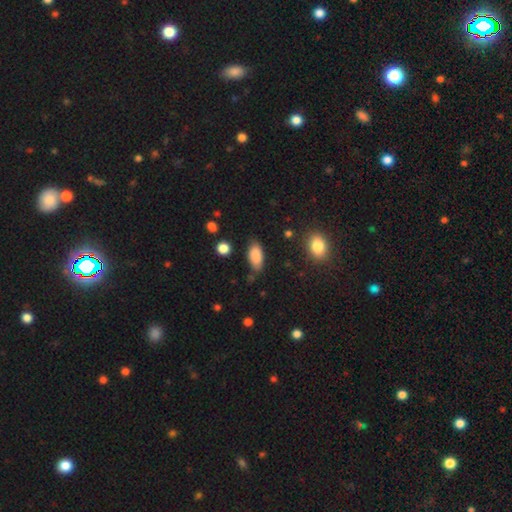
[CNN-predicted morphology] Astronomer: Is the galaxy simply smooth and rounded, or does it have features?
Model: smooth — 86%.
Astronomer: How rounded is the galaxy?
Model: in between — 90%.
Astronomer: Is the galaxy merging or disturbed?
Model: none — 76%.